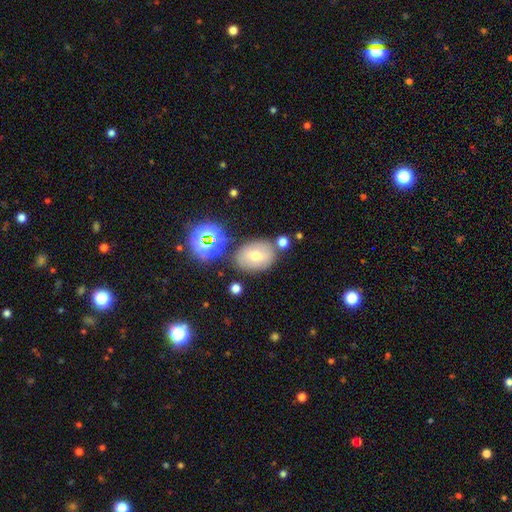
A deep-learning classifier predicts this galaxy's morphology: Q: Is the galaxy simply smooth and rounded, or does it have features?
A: smooth — 57%.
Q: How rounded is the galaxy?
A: in between — 61%.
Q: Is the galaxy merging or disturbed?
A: none — 75%.